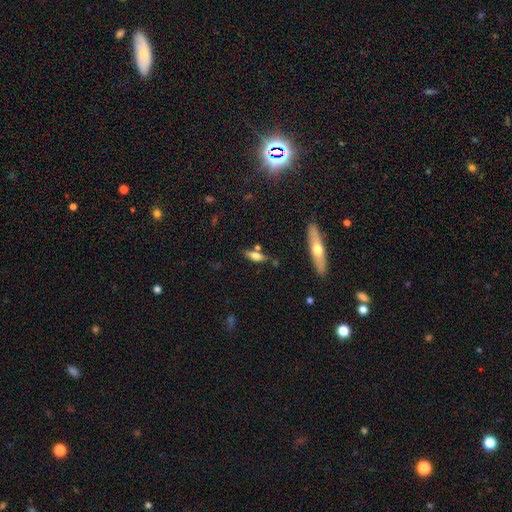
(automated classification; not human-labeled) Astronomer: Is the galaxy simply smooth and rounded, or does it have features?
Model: smooth — 54% (runner-up: featured or disk, 37%).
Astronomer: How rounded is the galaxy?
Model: cigar-shaped — 54% (runner-up: in between, 43%).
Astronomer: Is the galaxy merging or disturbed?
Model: none — 69%.